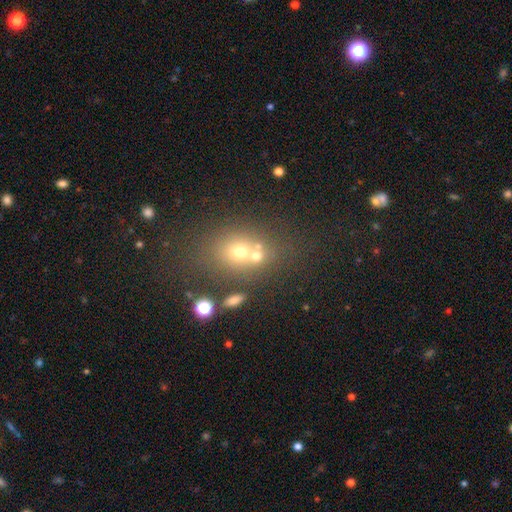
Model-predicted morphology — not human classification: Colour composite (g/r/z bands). It shows a smooth galaxy with no disk features (63%) that is round (62%). Merging: none (44%).